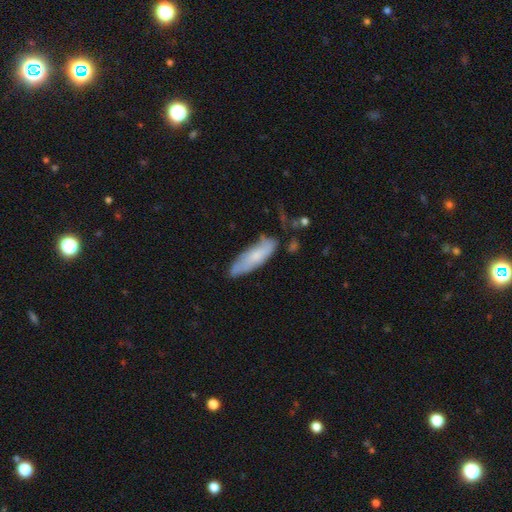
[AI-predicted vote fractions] smooth 67%, featured or disk 27%, star or artifact 6%. Down the decision tree: how rounded — cigar-shaped (57%); merging — none (58%).